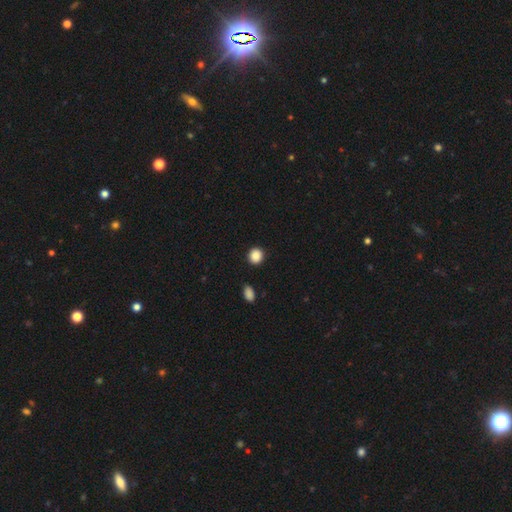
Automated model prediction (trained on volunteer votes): Morphology: type=smooth (88%); roundness=round (86%); merging=none (90%).